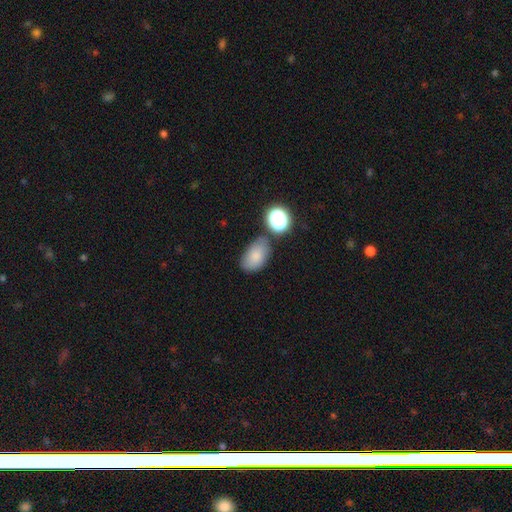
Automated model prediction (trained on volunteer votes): Q: Smooth or featured?
A: smooth (78%); runner-up: featured or disk (11%)
Q: How rounded?
A: in between (90%); runner-up: round (9%)
Q: Merging?
A: none (65%); runner-up: minor disturbance (19%)